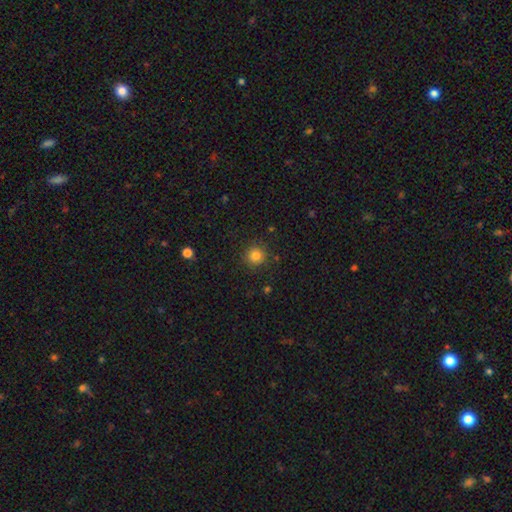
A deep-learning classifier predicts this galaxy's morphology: Q: Smooth or featured?
A: smooth (83%); runner-up: star or artifact (12%)
Q: How rounded?
A: round (93%); runner-up: in between (6%)
Q: Merging?
A: none (89%); runner-up: minor disturbance (7%)